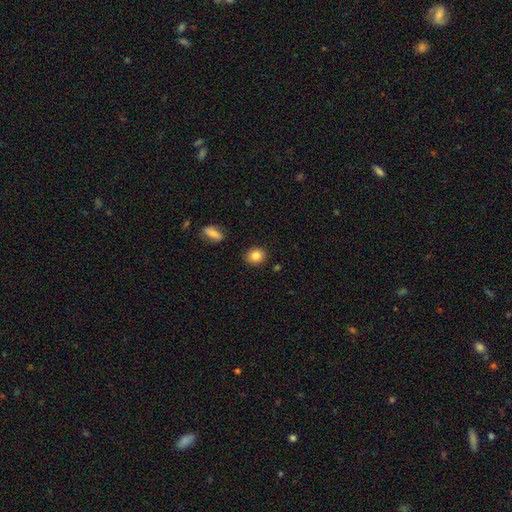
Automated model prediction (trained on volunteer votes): This appears to be a smooth galaxy with no disk features (85%) that is round (72%). Merging: none (87%).